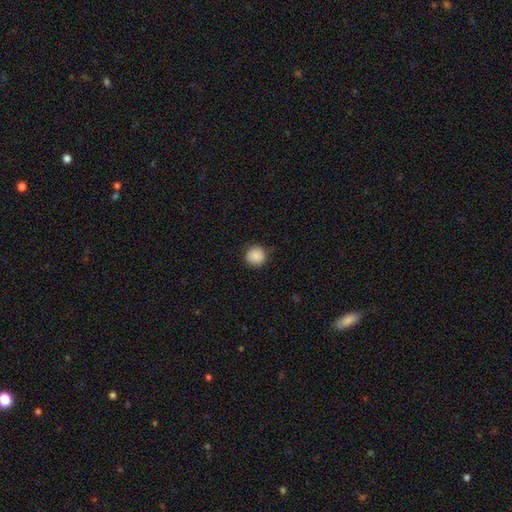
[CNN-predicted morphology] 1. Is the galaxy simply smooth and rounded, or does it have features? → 88% smooth, 8% star or artifact, 4% featured or disk.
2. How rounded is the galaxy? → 93% round, 6% in between, 1% cigar-shaped.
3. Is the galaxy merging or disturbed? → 87% none, 9% minor disturbance, 2% major disturbance, 1% merger.